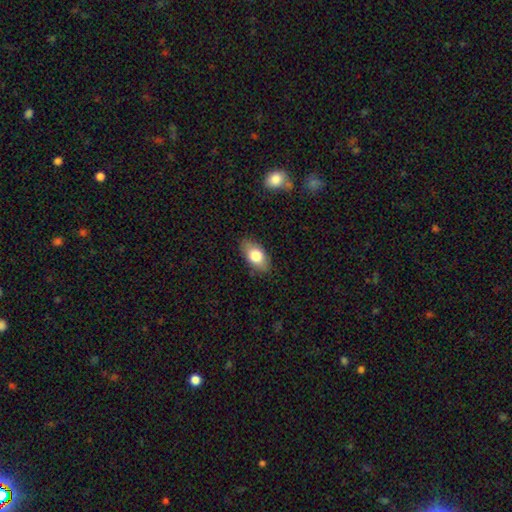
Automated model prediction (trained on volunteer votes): smooth-or-featured: smooth: 78% | featured or disk: 16% | star or artifact: 7%
  how-rounded: in between: 91% | round: 5% | cigar-shaped: 3%
  merging: none: 84% | minor disturbance: 12% | major disturbance: 3% | merger: 1%